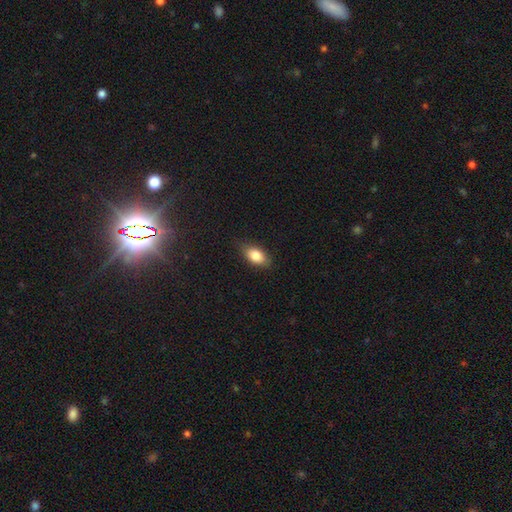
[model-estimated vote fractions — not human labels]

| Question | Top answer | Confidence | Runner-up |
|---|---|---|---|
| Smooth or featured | smooth | 82% | featured or disk (11%) |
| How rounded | in between | 89% | round (6%) |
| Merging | none | 81% | minor disturbance (15%) |